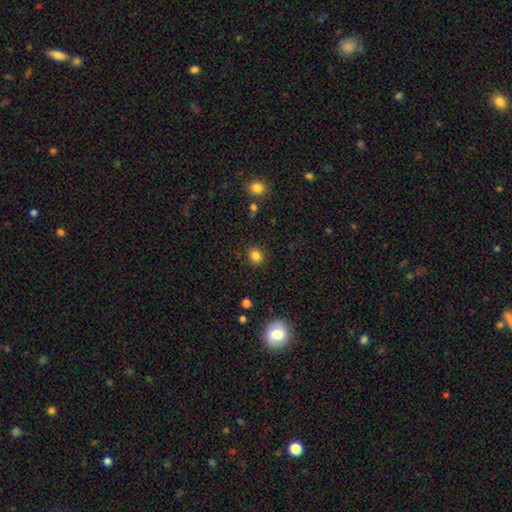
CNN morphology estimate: A smooth galaxy with no disk features (83%) that is round (73%). Merging: none (87%).